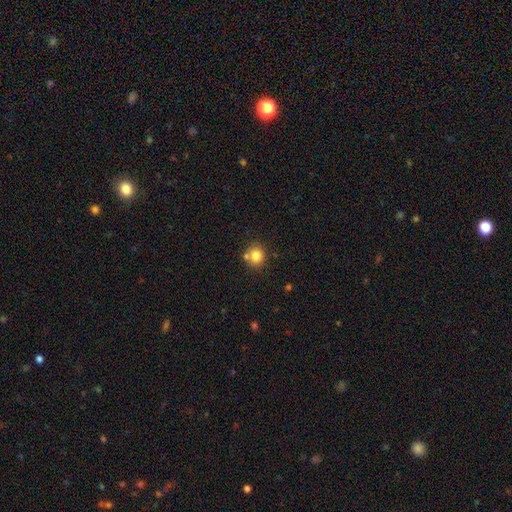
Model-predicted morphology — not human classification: Smooth or featured?
  - smooth: 81% *
  - star or artifact: 11%
  - featured or disk: 8%
How rounded?
  - round: 83% *
  - in between: 16%
  - cigar-shaped: 1%
Merging?
  - none: 67% *
  - merger: 19%
  - minor disturbance: 11%
  - major disturbance: 3%